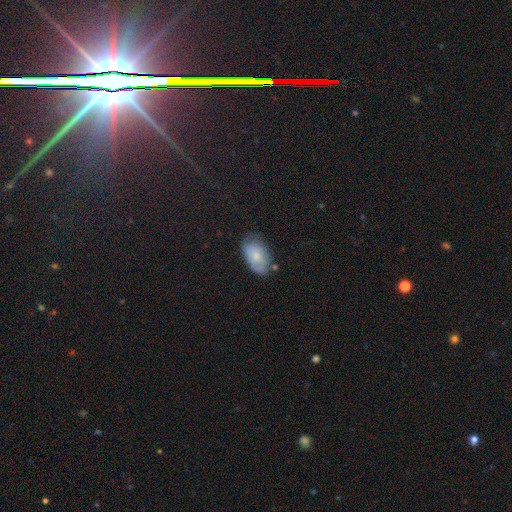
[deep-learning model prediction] Smooth or featured? smooth (68%)
How rounded? in between (93%)
Merging? none (61%)